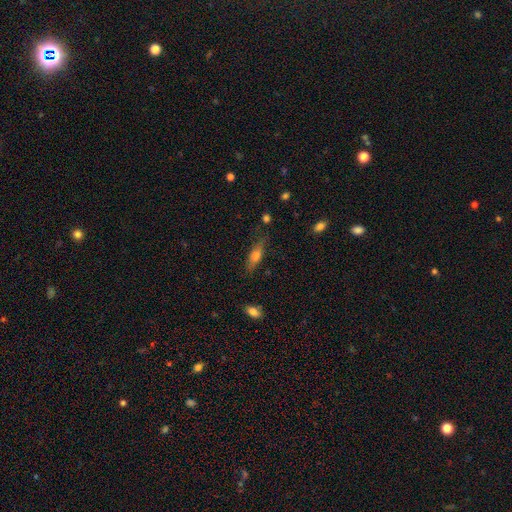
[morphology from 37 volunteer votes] This is likely a smooth galaxy (68%). How rounded: likely cigar-shaped (76%). Merging: likely none (74%).